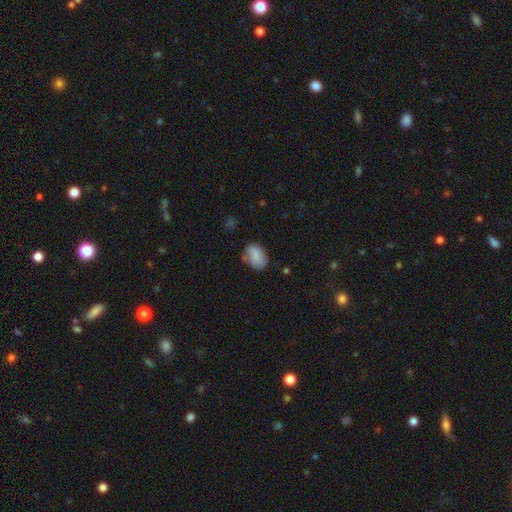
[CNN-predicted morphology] Smooth or featured?
  - smooth: 80% *
  - featured or disk: 12%
  - star or artifact: 8%
How rounded?
  - in between: 75% *
  - round: 23%
  - cigar-shaped: 1%
Merging?
  - none: 63% *
  - minor disturbance: 25%
  - major disturbance: 6%
  - merger: 5%